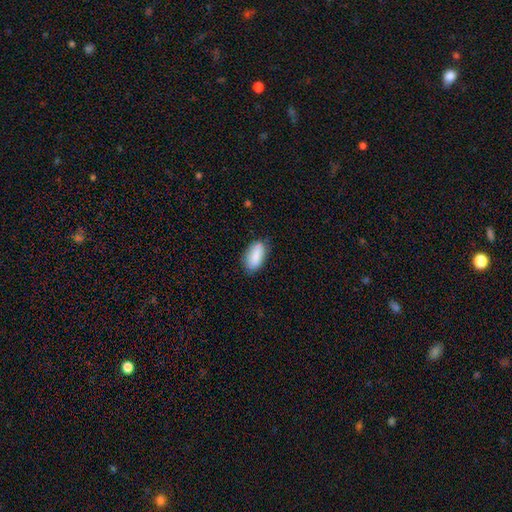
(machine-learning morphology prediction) This appears to be a smooth galaxy with no disk features (86%) that is in between round and cigar-shaped (91%). Merging: none (77%).